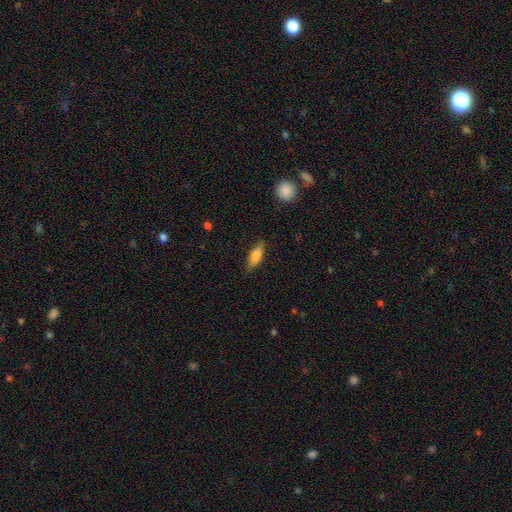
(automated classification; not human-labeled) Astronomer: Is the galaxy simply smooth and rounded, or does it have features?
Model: smooth — 77%.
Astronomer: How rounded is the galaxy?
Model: in between — 63%.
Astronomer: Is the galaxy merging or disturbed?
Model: none — 82%.